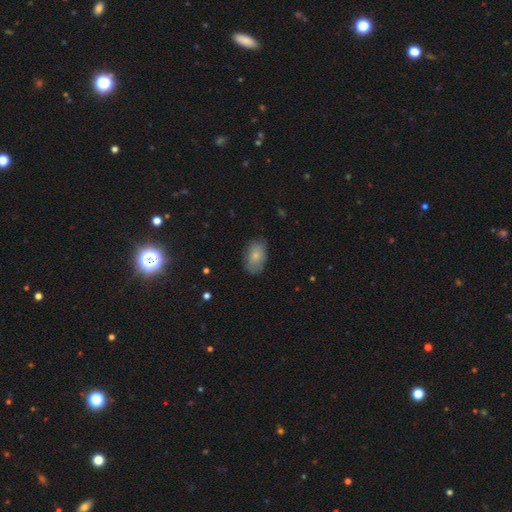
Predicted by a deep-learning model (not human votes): smooth_or_featured: smooth (p=0.77) [alt: featured or disk p=0.16]
how_rounded: in between (p=0.91) [alt: round p=0.07]
merging: none (p=0.75) [alt: minor disturbance p=0.20]